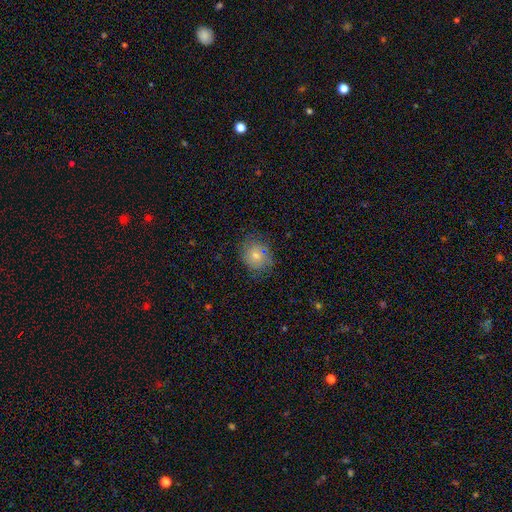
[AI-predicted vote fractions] smooth 67%, featured or disk 21%, star or artifact 12%. Down the decision tree: how rounded — round (72%); merging — none (77%).